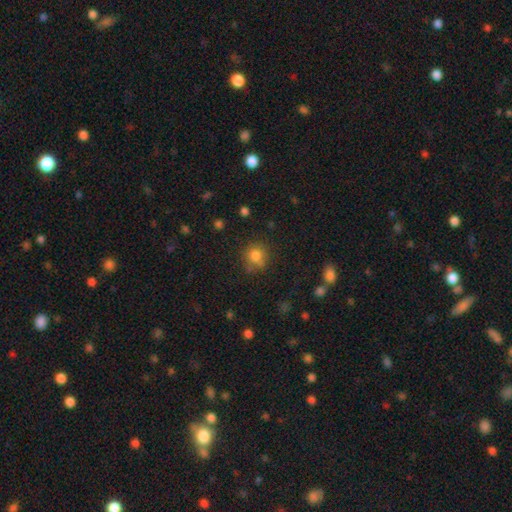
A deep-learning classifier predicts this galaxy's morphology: Smooth or featured: smooth — 81% (star or artifact — 12%)
How rounded: round — 85% (in between — 14%)
Merging: none — 71% (minor disturbance — 16%)